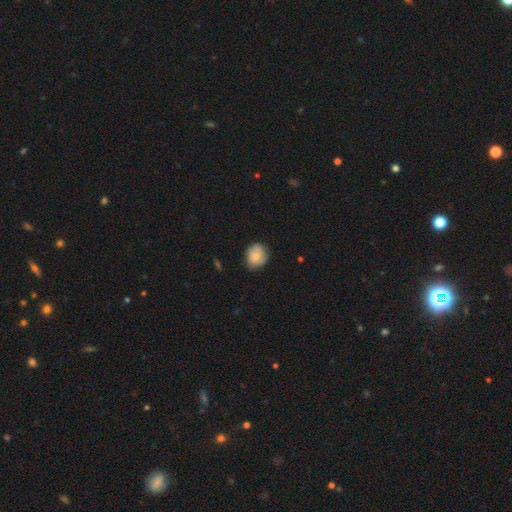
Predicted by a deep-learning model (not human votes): A smooth galaxy with no disk features (74%) that is round (71%). Merging: none (68%).